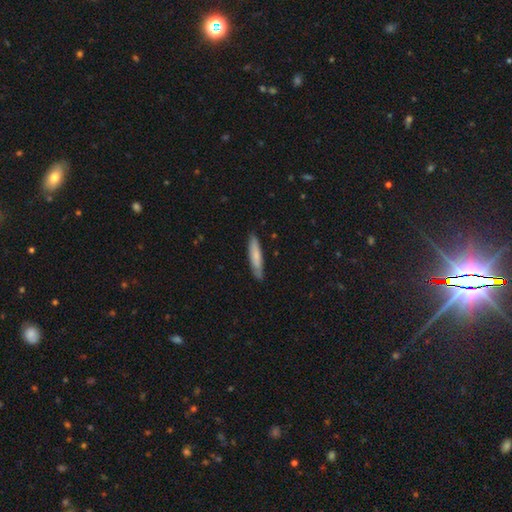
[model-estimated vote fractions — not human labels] Q: Smooth or featured?
A: smooth (73%); runner-up: featured or disk (21%)
Q: How rounded?
A: cigar-shaped (88%); runner-up: in between (11%)
Q: Merging?
A: none (87%); runner-up: minor disturbance (10%)